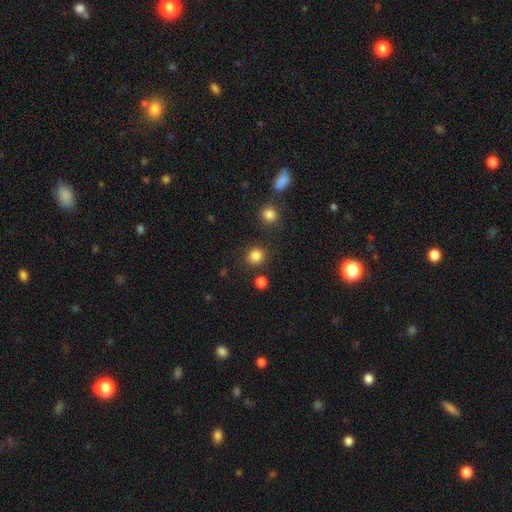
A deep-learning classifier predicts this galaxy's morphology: A smooth galaxy with no disk features (84%) that is round (88%). Merging: none (85%).